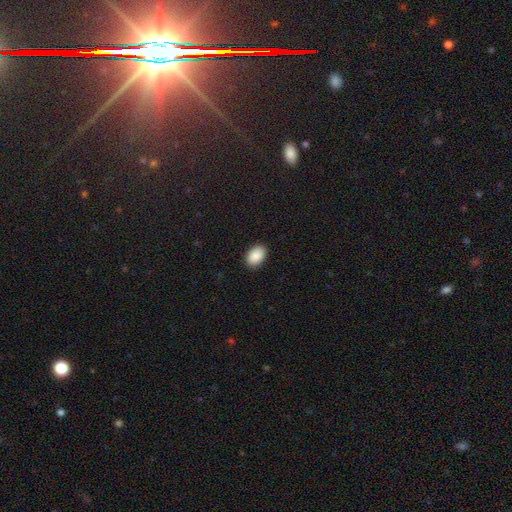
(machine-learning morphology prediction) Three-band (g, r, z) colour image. It shows a smooth galaxy with no disk features (91%) that is in between round and cigar-shaped (89%). Merging: none (89%).